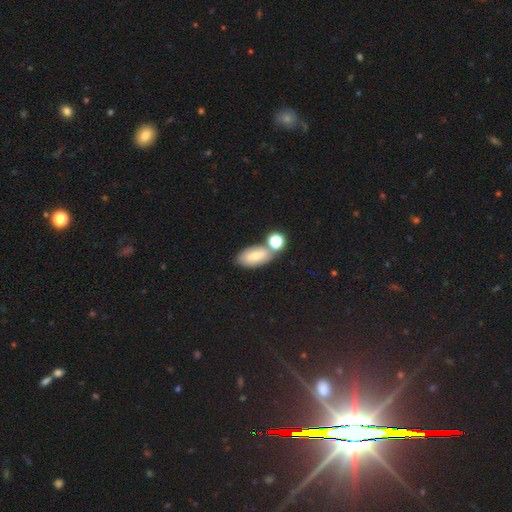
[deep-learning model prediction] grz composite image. It shows a smooth galaxy with no disk features (72%) that is in between round and cigar-shaped (89%). Merging: none (55%).